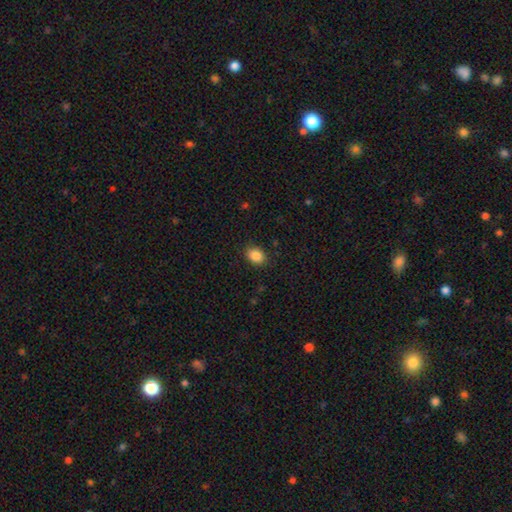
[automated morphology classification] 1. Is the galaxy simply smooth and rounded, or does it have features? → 87% smooth, 9% star or artifact, 4% featured or disk.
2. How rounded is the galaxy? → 66% in between, 33% round, 1% cigar-shaped.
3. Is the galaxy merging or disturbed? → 88% none, 9% minor disturbance, 3% major disturbance, 1% merger.